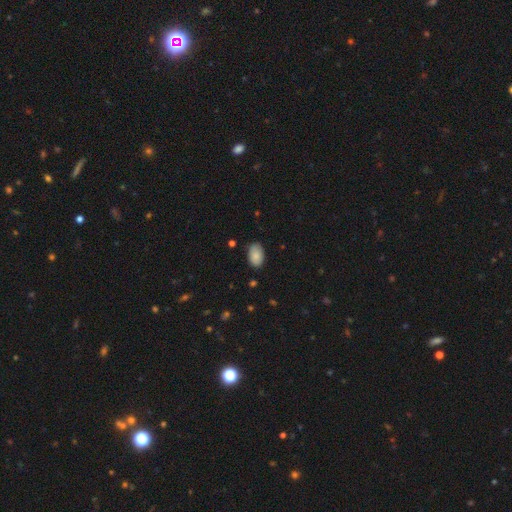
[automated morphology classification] Smooth or featured?
  - smooth: 85% *
  - featured or disk: 8%
  - star or artifact: 7%
How rounded?
  - in between: 93% *
  - round: 6%
  - cigar-shaped: 1%
Merging?
  - none: 82% *
  - minor disturbance: 15%
  - major disturbance: 2%
  - merger: 1%